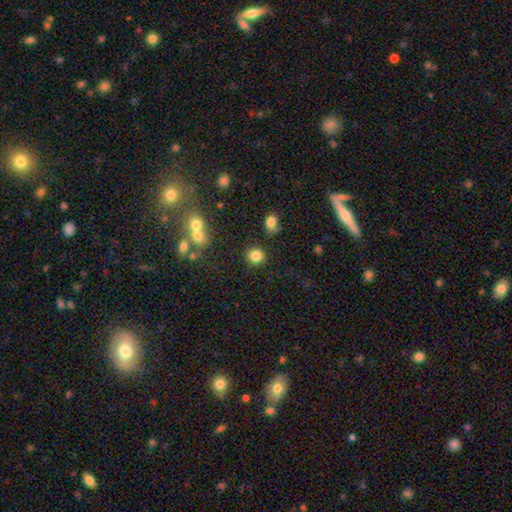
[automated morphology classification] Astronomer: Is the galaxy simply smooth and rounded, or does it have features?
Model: smooth — 84%.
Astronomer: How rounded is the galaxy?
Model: round — 88%.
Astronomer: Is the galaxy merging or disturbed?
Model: none — 85%.